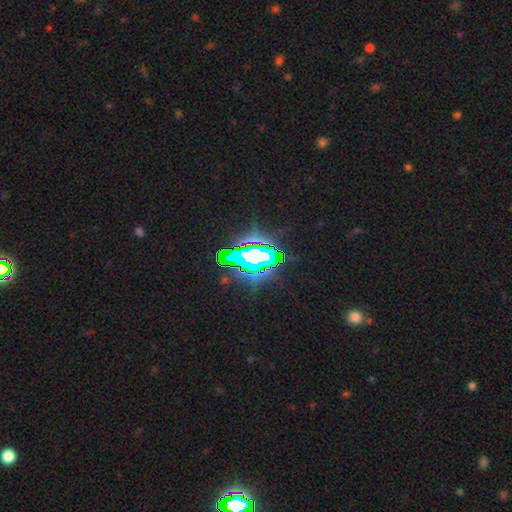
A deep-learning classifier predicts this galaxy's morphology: A star or artifact, not a galaxy (69%).

Vote fractions:
- Smooth or featured? star or artifact: 69% / featured or disk: 17% / smooth: 14%